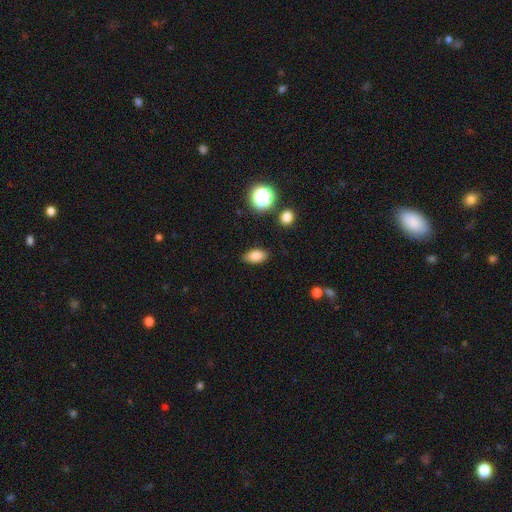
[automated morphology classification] smooth 82%, star or artifact 11%, featured or disk 7%. Down the decision tree: how rounded — in between (89%); merging — none (85%).